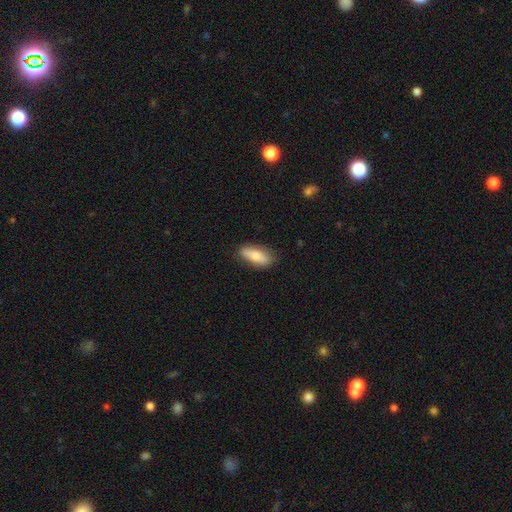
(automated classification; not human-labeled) smooth_or_featured: smooth (p=0.77) [alt: featured or disk p=0.17]
how_rounded: in between (p=0.74) [alt: cigar-shaped p=0.24]
merging: none (p=0.81) [alt: minor disturbance p=0.15]